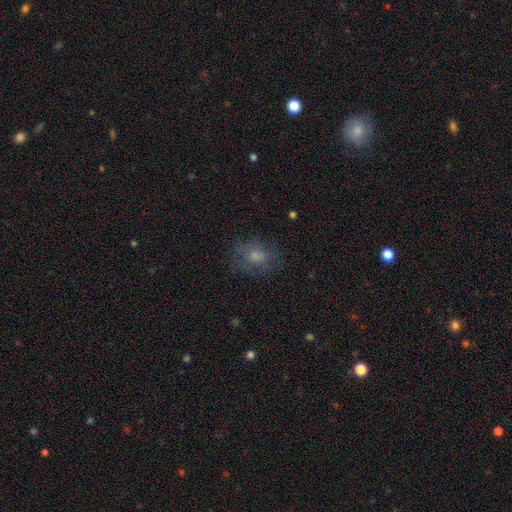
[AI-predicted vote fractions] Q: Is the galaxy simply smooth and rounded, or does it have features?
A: smooth — 61%.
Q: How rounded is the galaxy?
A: round — 57%.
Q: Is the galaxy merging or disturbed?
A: none — 73%.